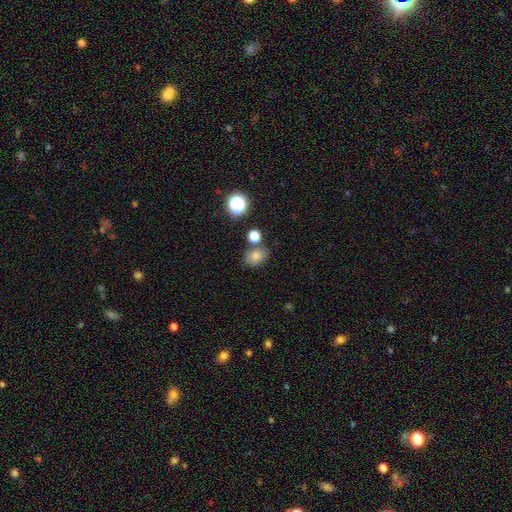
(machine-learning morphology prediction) Smooth or featured?
  - smooth: 78% *
  - star or artifact: 13%
  - featured or disk: 8%
How rounded?
  - in between: 66% *
  - round: 33%
  - cigar-shaped: 1%
Merging?
  - none: 70% *
  - minor disturbance: 13%
  - merger: 13%
  - major disturbance: 4%